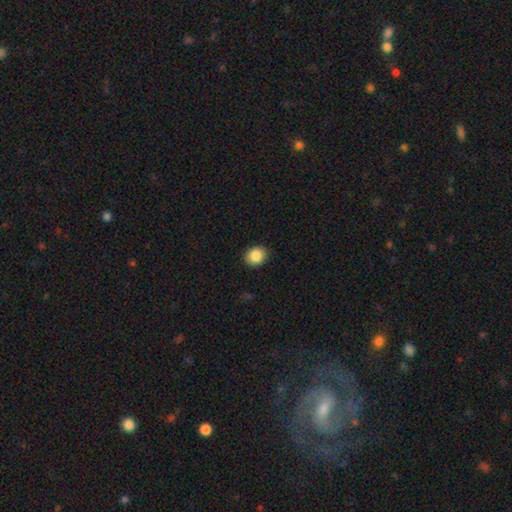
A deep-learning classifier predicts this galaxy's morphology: smooth_or_featured: smooth (p=0.87) [alt: star or artifact p=0.09]
how_rounded: round (p=0.71) [alt: in between p=0.28]
merging: none (p=0.90) [alt: minor disturbance p=0.07]